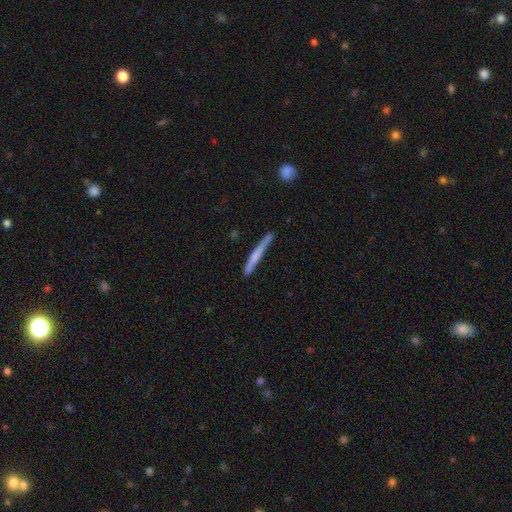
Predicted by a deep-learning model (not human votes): Smooth or featured? Predicted: smooth (p=0.57). How rounded? Predicted: cigar-shaped (p=0.97). Merging? Predicted: none (p=0.81).